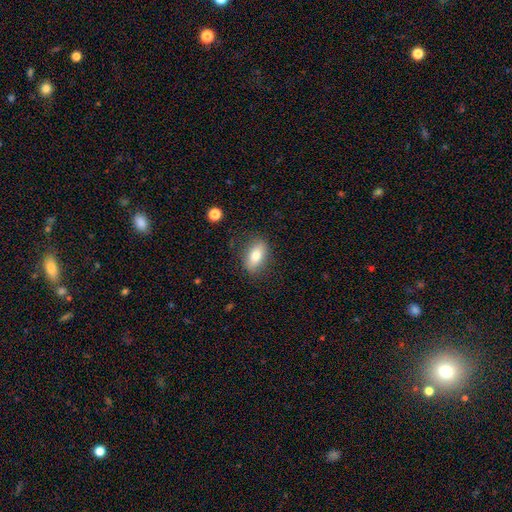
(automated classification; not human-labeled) Smooth or featured? smooth (74%)
How rounded? in between (84%)
Merging? none (81%)